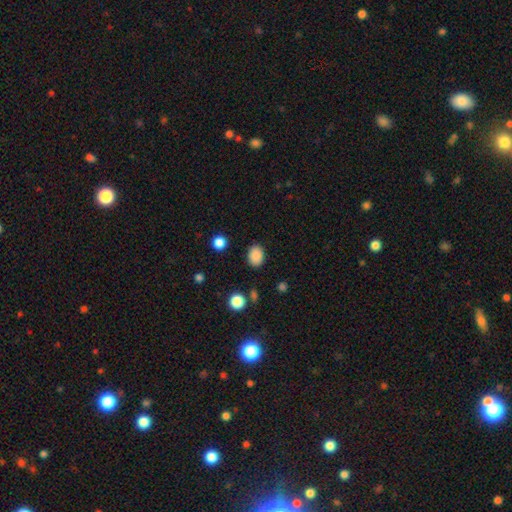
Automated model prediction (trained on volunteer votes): Q: Smooth or featured?
A: smooth (87%); runner-up: star or artifact (10%)
Q: How rounded?
A: in between (70%); runner-up: round (29%)
Q: Merging?
A: none (87%); runner-up: minor disturbance (9%)